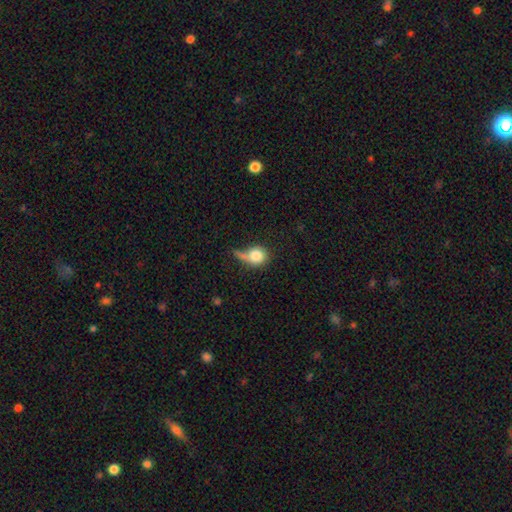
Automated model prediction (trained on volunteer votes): smooth_or_featured: smooth (p=0.75) [alt: featured or disk p=0.17]
how_rounded: round (p=0.74) [alt: in between p=0.24]
merging: major disturbance (p=0.32) [alt: none p=0.30]